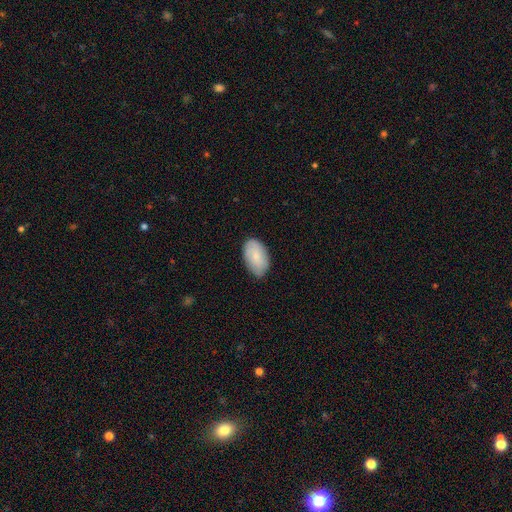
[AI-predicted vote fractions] Q: Smooth or featured?
A: smooth (77%); runner-up: featured or disk (17%)
Q: How rounded?
A: in between (93%); runner-up: round (6%)
Q: Merging?
A: none (78%); runner-up: minor disturbance (18%)